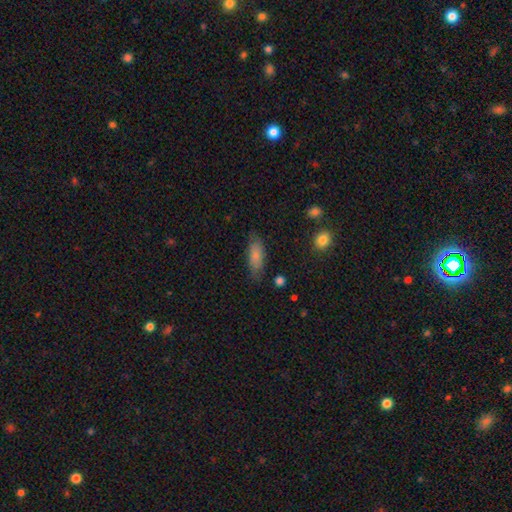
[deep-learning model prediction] A smooth galaxy with no disk features (80%) that is in between round and cigar-shaped (71%). Merging: none (74%).